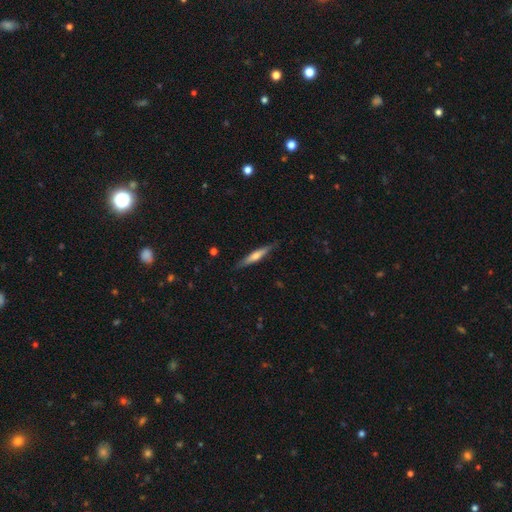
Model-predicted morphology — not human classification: Smooth or featured? featured or disk (53%)
Edge-on disk? yes (95%)
Merging? none (86%)